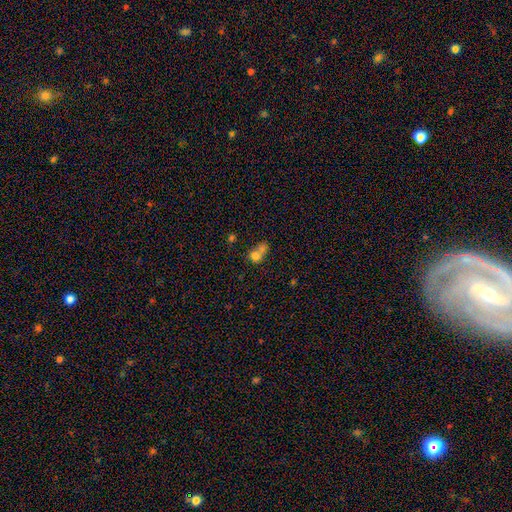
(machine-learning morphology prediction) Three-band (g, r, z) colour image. It shows a smooth galaxy with no disk features (72%) that is round (65%). Merging: merger (57%).